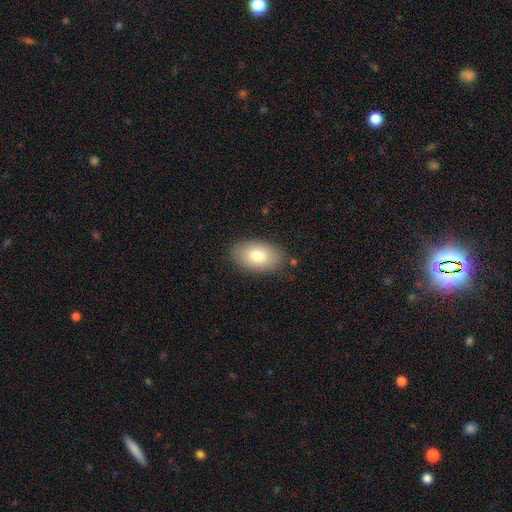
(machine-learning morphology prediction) This is likely a smooth galaxy (79%). How rounded: clearly in between (92%). Merging: clearly none (84%).